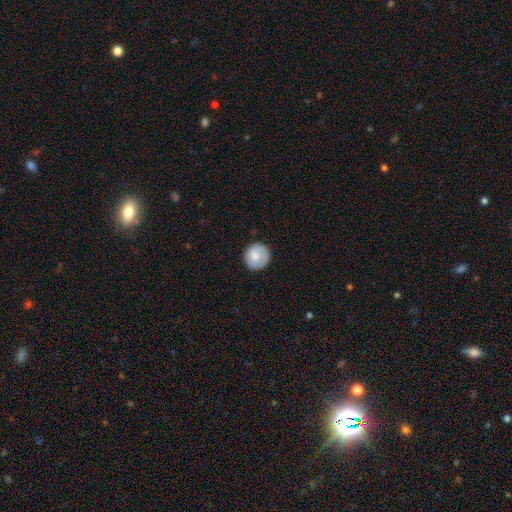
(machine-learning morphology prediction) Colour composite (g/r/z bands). It shows a smooth galaxy with no disk features (83%) that is round (93%). Merging: none (87%).